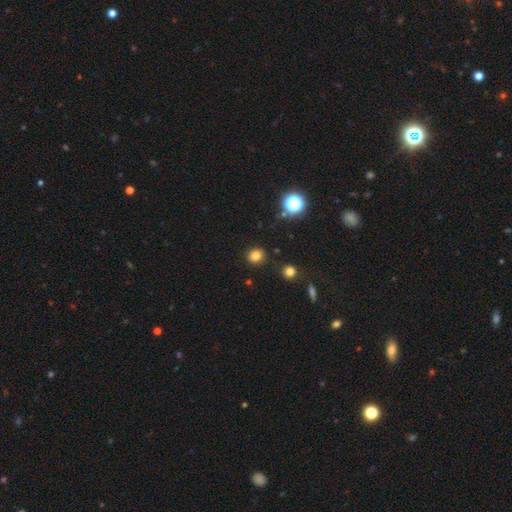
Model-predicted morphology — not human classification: This is likely a smooth galaxy (79%). How rounded: clearly round (81%). Merging: clearly none (87%).